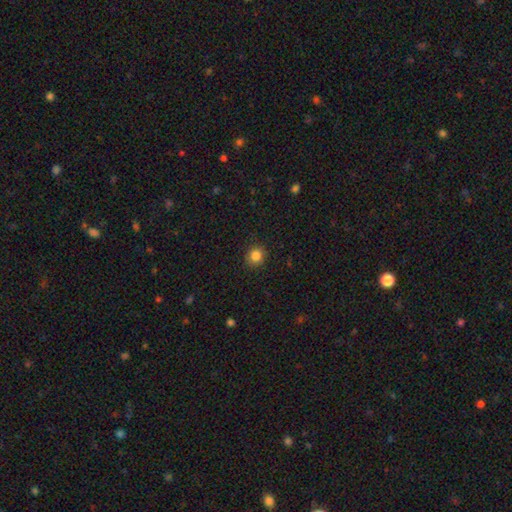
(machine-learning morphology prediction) smooth_or_featured: smooth (p=0.85) [alt: star or artifact p=0.11]
how_rounded: round (p=0.89) [alt: in between p=0.11]
merging: none (p=0.90) [alt: minor disturbance p=0.07]